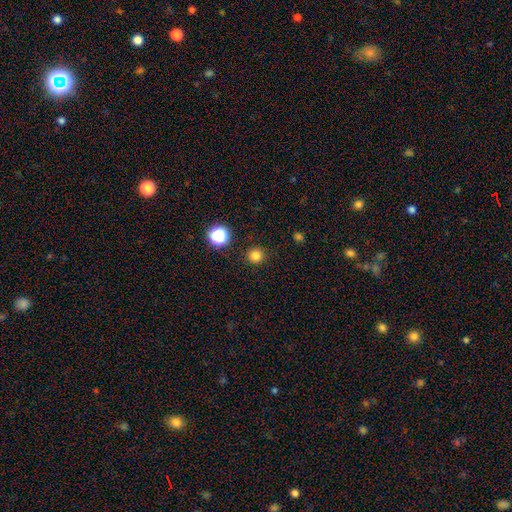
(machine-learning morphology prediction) Smooth or featured? Predicted: smooth (p=0.80). How rounded? Predicted: round (p=0.95). Merging? Predicted: none (p=0.91).